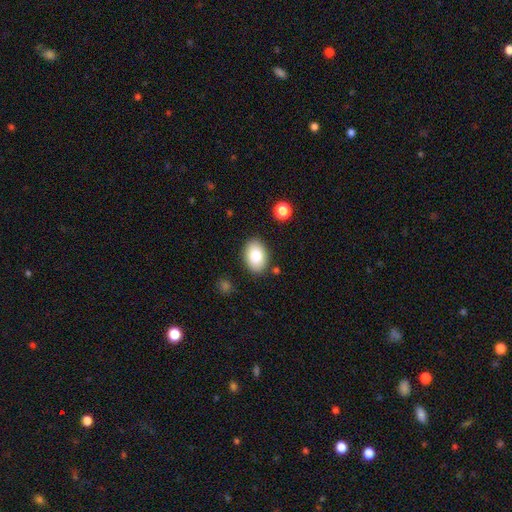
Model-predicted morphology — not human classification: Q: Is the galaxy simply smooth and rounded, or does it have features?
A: smooth — 81%.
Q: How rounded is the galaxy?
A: in between — 85%.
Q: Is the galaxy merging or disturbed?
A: none — 85%.